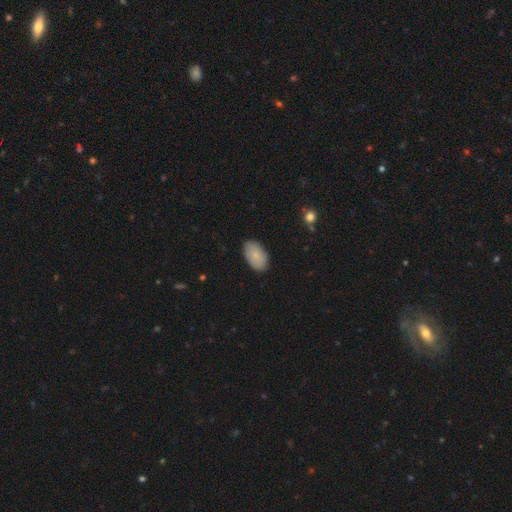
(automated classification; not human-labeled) Overall: smooth (84%). How rounded: in between (94%). Merging: none (85%).